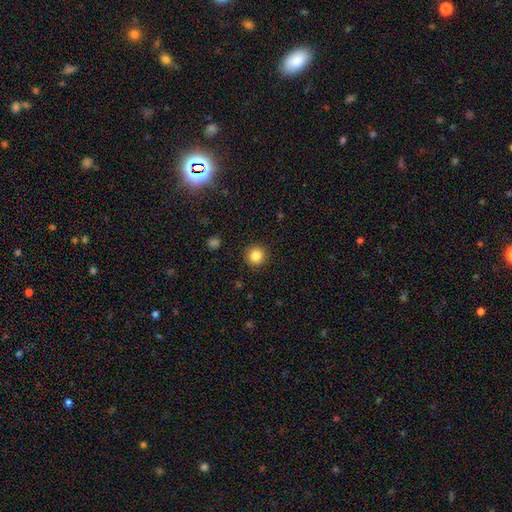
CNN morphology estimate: Smooth or featured?
  - smooth: 84% *
  - star or artifact: 11%
  - featured or disk: 5%
How rounded?
  - round: 94% *
  - in between: 5%
  - cigar-shaped: 1%
Merging?
  - none: 91% *
  - minor disturbance: 6%
  - major disturbance: 2%
  - merger: 1%